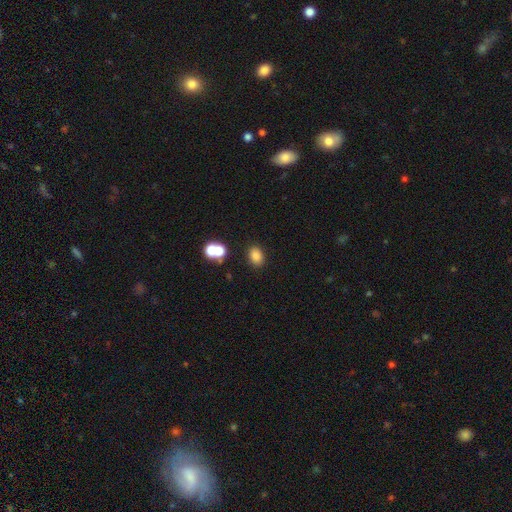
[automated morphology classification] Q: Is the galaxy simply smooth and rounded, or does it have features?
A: smooth — 82%.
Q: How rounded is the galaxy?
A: in between — 71%.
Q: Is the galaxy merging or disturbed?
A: none — 82%.